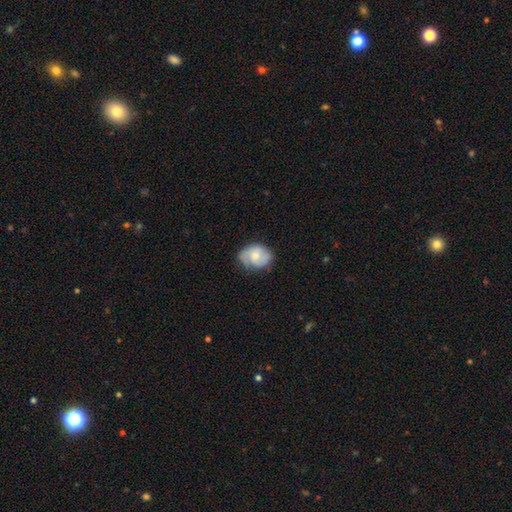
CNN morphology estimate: Overall: smooth (52%; featured or disk 41%). How rounded: in between (60%; round 39%). Merging: none (61%; minor disturbance 30%).